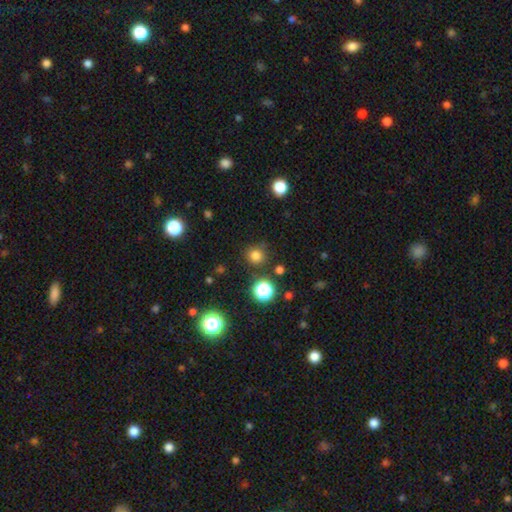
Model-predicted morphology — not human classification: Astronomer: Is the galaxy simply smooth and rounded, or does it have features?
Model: smooth — 77%.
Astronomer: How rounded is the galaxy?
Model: round — 93%.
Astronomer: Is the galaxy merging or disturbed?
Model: none — 85%.